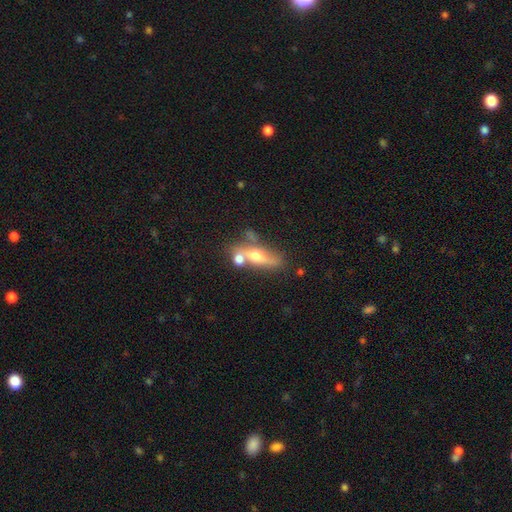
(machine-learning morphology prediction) smooth 48%, featured or disk 41%, star or artifact 11%. Down the decision tree: merging — none (40%).